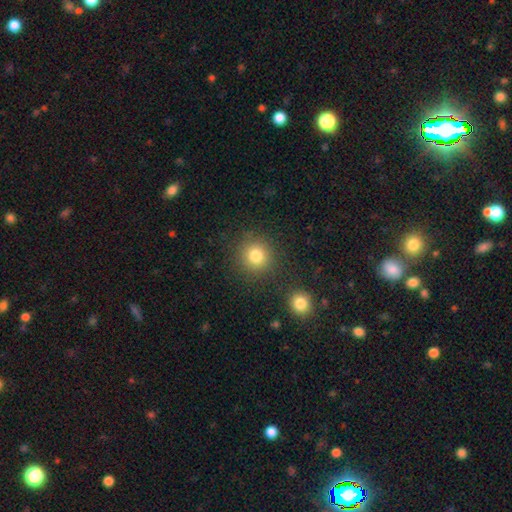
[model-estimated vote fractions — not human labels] smooth_or_featured: smooth (p=0.81) [alt: star or artifact p=0.12]
how_rounded: round (p=0.92) [alt: in between p=0.07]
merging: none (p=0.85) [alt: minor disturbance p=0.07]